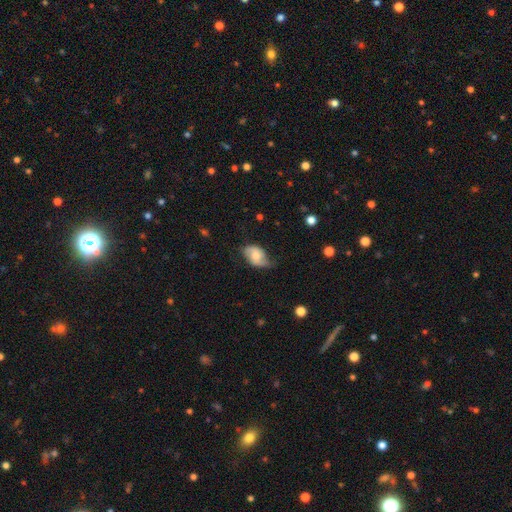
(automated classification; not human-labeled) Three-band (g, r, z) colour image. It shows a smooth galaxy with no disk features (51%) that is in between round and cigar-shaped (84%). Merging: none (52%).